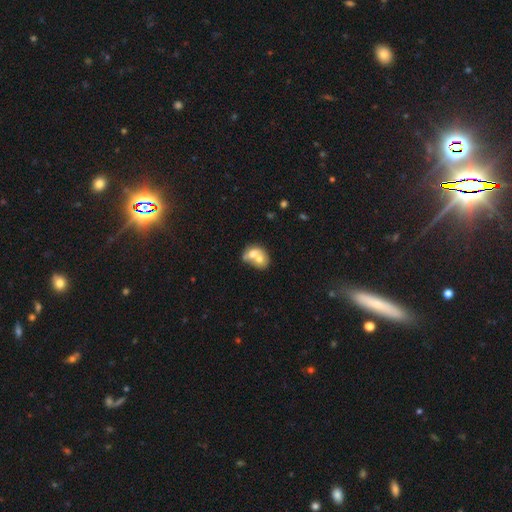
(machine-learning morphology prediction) Smooth or featured? Predicted: smooth (p=0.63). How rounded? Predicted: in between (p=0.53). Merging? Predicted: merger (p=0.76).